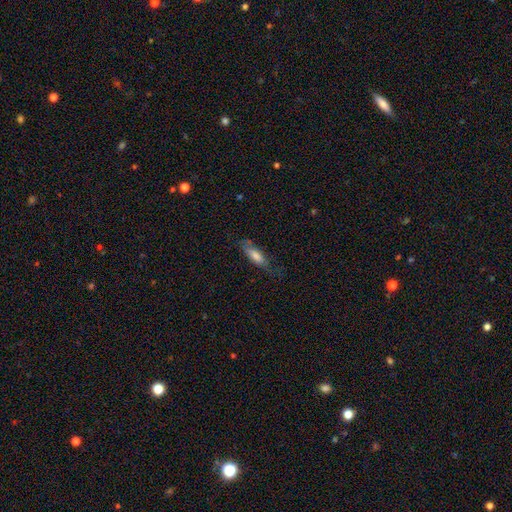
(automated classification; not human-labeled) smooth 68%, featured or disk 25%, star or artifact 7%. Down the decision tree: how rounded — in between (54%); merging — none (61%).